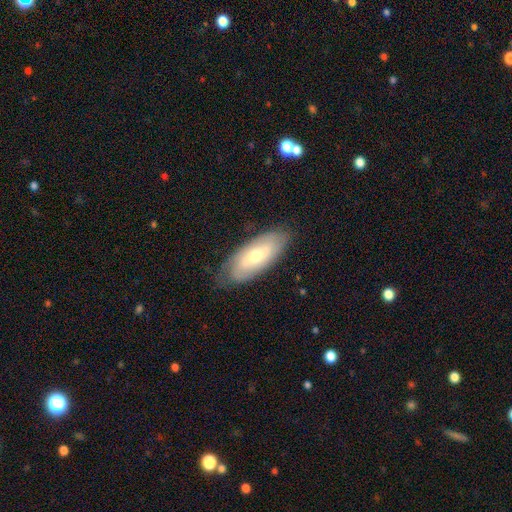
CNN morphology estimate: This is possibly a featured or disk galaxy (51%). It is clearly not viewed edge-on (82%). Merging: likely none (78%).